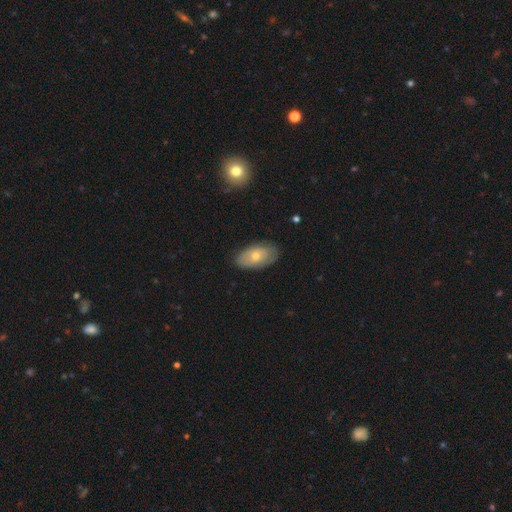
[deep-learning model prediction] A smooth galaxy with no disk features (54%) that is in between round and cigar-shaped (92%).

Vote fractions:
- Smooth or featured? smooth: 54% / featured or disk: 38% / star or artifact: 8%
- How rounded? in between: 92% / round: 5% / cigar-shaped: 2%
- Merging? none: 81% / minor disturbance: 15% / major disturbance: 3% / merger: 1%